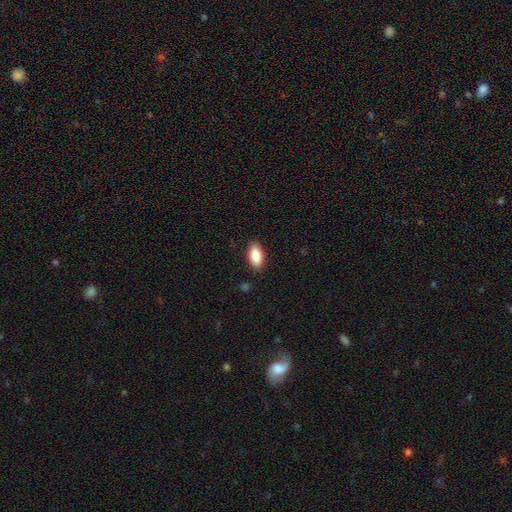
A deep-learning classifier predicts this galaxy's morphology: The model was most divided on "smooth or featured": smooth: 86%, featured or disk: 7%, star or artifact: 7%. More confident: how rounded — in between (91%); merging — none (88%).